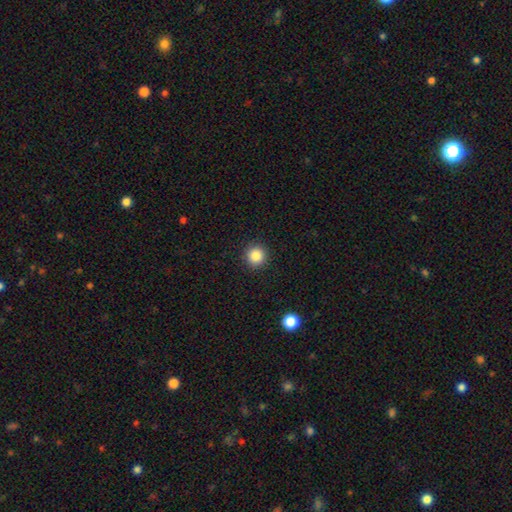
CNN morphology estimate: A smooth galaxy with no disk features (85%) that is round (95%). Merging: none (92%).